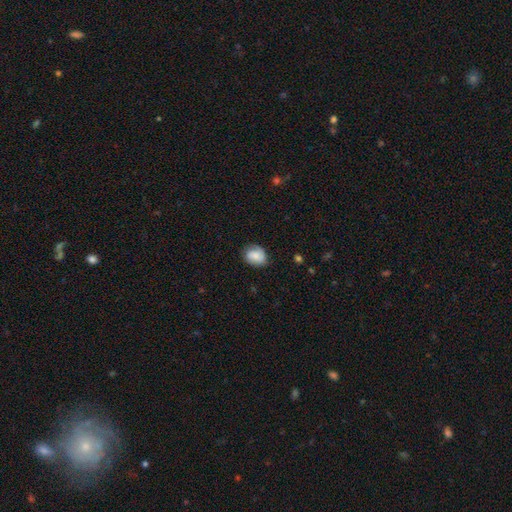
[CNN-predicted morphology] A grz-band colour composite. It shows a smooth galaxy with no disk features (73%) that is in between round and cigar-shaped (52%). Merging: none (72%).